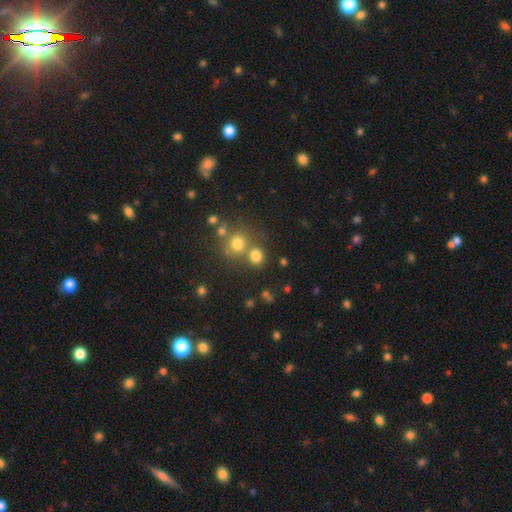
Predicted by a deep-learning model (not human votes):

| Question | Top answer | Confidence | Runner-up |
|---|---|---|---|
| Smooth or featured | smooth | 76% | star or artifact (16%) |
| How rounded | round | 76% | in between (23%) |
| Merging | none | 60% | merger (27%) |